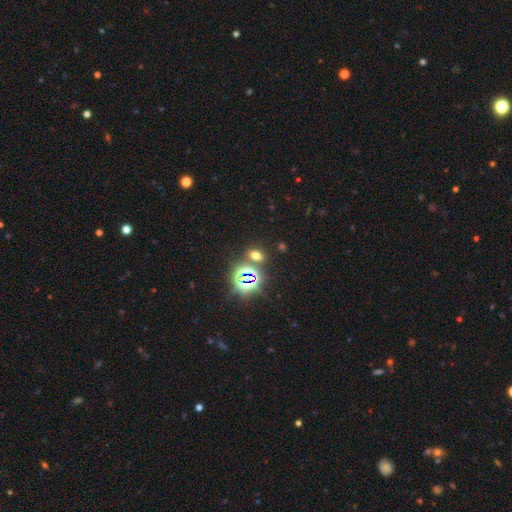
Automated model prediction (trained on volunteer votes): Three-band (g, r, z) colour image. It shows a smooth galaxy with no disk features (47%). Merging: none (79%).